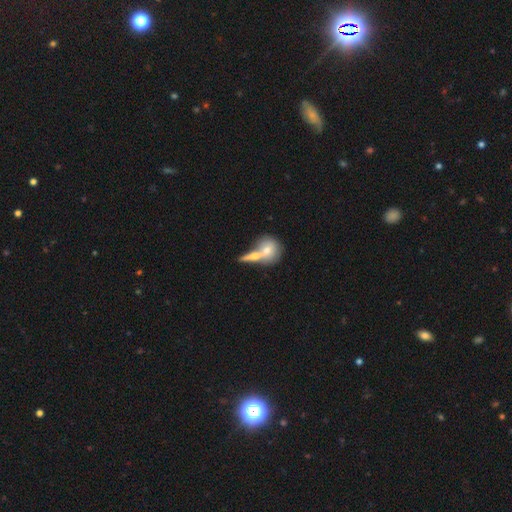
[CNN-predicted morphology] Smooth or featured?
  - smooth: 58% *
  - featured or disk: 34%
  - star or artifact: 9%
How rounded?
  - round: 53% *
  - in between: 34%
  - cigar-shaped: 13%
Merging?
  - merger: 57% *
  - none: 31%
  - minor disturbance: 8%
  - major disturbance: 5%